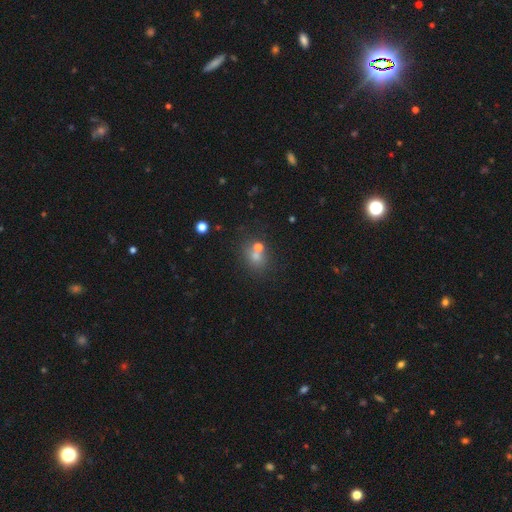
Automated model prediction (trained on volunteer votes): Q: Smooth or featured?
A: smooth (59%); runner-up: star or artifact (26%)
Q: How rounded?
A: round (70%); runner-up: in between (29%)
Q: Merging?
A: none (53%); runner-up: merger (34%)